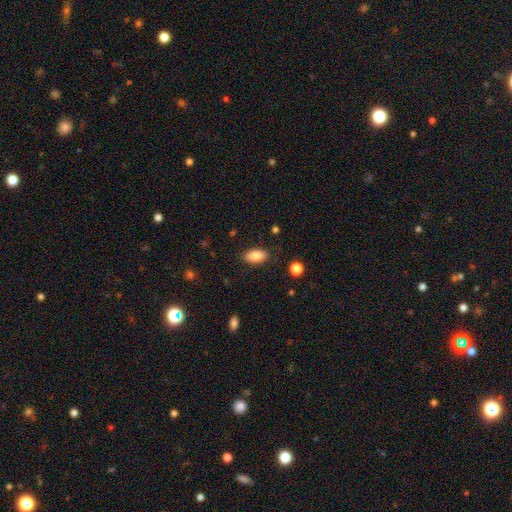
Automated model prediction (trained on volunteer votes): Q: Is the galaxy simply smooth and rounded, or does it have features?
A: smooth — 82%.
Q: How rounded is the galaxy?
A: in between — 89%.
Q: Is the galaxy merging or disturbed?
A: none — 85%.